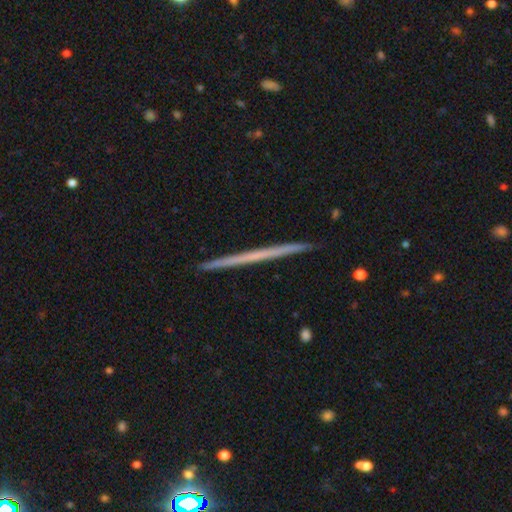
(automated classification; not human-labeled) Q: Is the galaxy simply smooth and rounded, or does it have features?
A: featured or disk — 61%.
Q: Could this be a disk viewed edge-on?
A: yes — 98%.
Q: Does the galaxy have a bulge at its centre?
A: none — 90%.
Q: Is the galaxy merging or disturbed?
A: none — 93%.